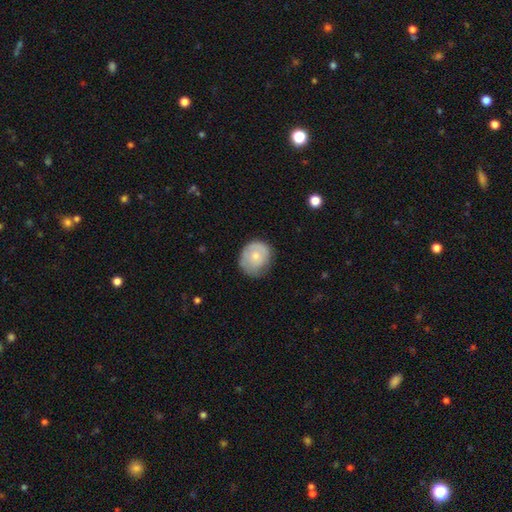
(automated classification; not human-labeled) This appears to be a smooth galaxy with no disk features (66%) that is round (77%). Merging: none (62%).